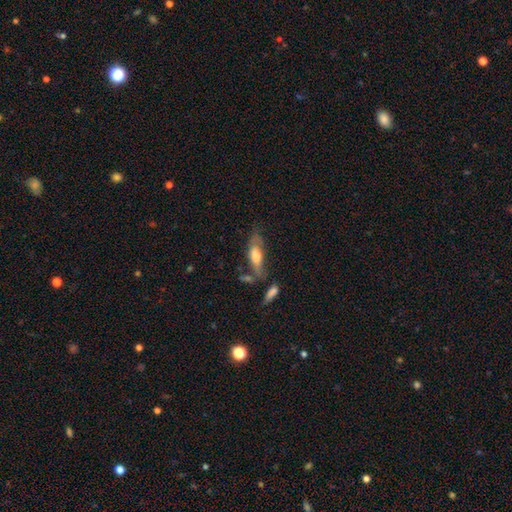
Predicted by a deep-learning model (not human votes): Overall: smooth (54%; featured or disk 39%). How rounded: in between (63%; cigar-shaped 34%). Merging: none (46%; minor disturbance 25%).